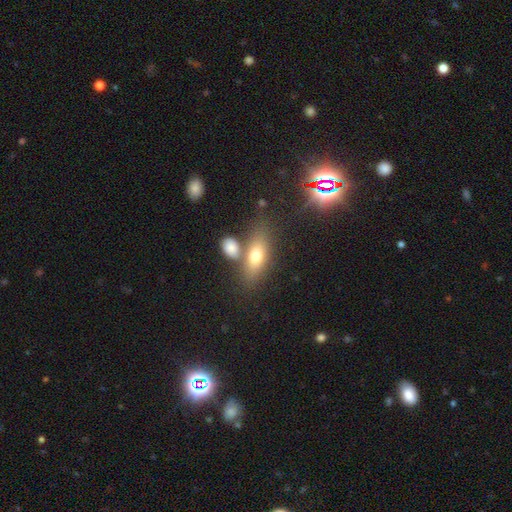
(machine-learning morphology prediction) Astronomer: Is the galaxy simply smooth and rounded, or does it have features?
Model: smooth — 68%.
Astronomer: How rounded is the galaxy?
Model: in between — 74%.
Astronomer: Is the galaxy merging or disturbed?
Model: none — 55%.